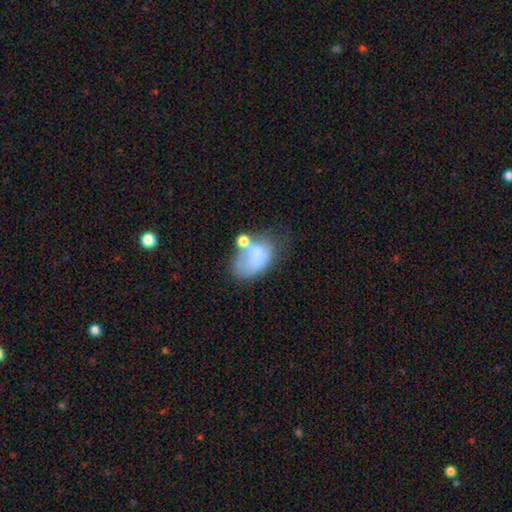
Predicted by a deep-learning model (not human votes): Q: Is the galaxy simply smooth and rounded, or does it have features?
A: smooth — 64%.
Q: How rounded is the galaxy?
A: in between — 83%.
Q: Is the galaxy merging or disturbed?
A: none — 27%.